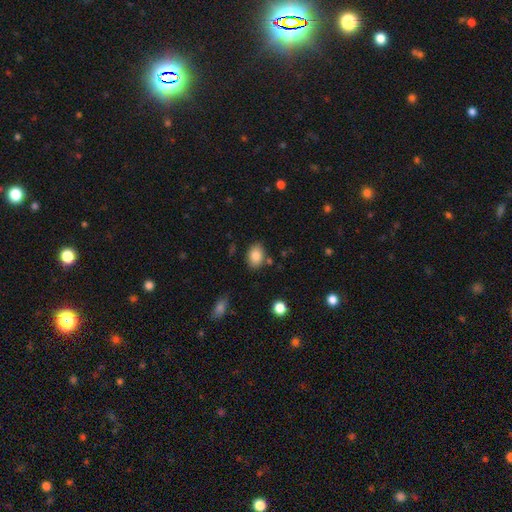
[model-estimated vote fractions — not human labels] The model was most divided on "how rounded": in between: 78%, round: 21%, cigar-shaped: 1%. More confident: smooth or featured — smooth (84%); merging — none (80%).